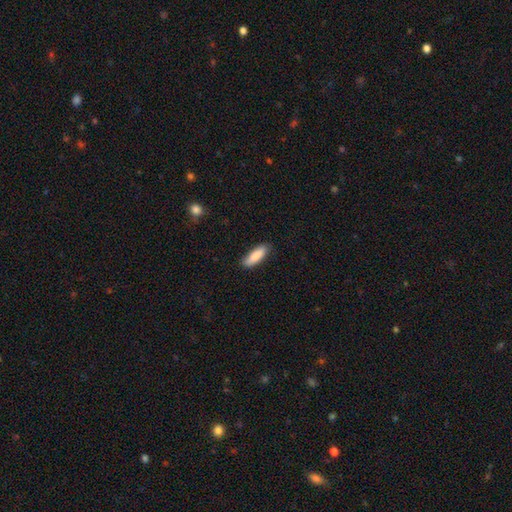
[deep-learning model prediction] Morphology: type=smooth (86%); roundness=in between (52%); merging=none (85%).